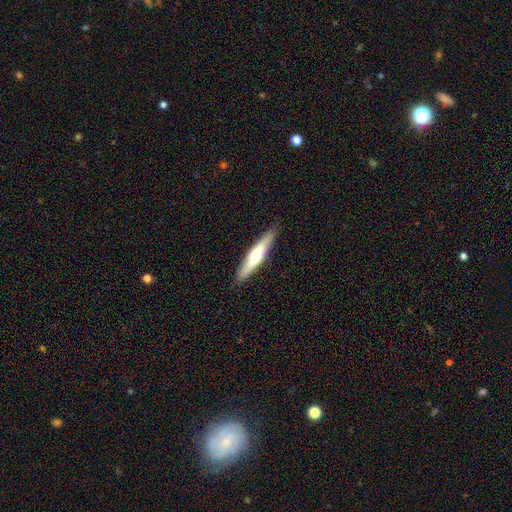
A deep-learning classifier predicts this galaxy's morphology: smooth 55%, featured or disk 40%, star or artifact 5%. Down the decision tree: how rounded — cigar-shaped (86%); merging — none (88%).